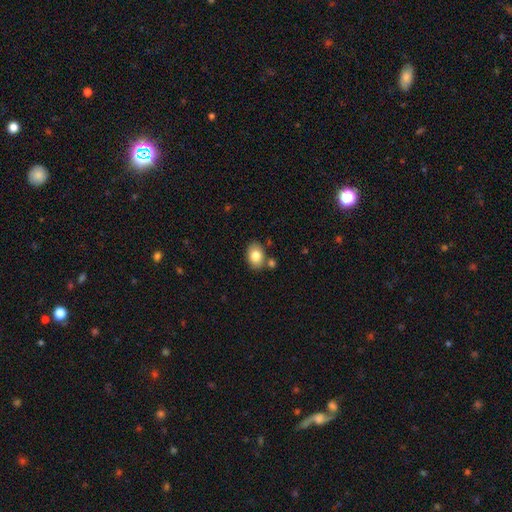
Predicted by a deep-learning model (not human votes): Morphology: type=smooth (81%); roundness=in between (76%); merging=none (74%).